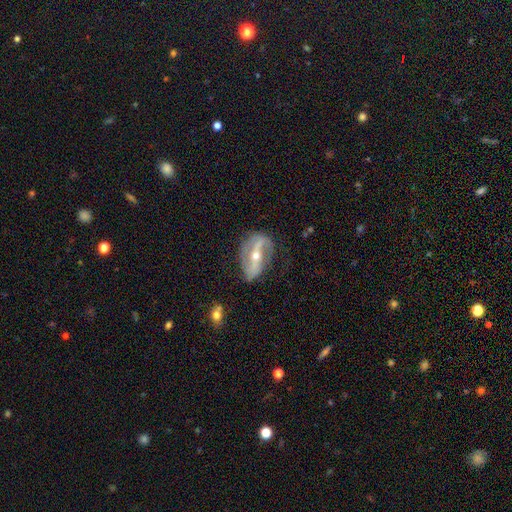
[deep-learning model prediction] The model was most divided on "bulge size": moderate: 50%, small: 47%, large: 1%, none: 1%, dominant: 1%. Remaining: edge-on disk — no (92%); spiral arms — yes (87%); smooth or featured — featured or disk (84%); spiral arm count — 2 (84%); merging — none (65%); bar — strong (63%); spiral winding — loose (50%).